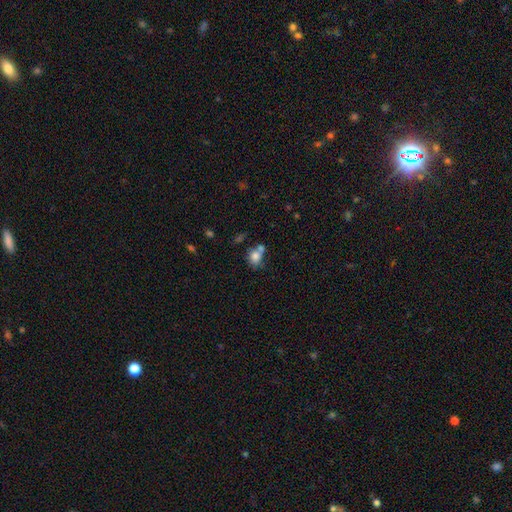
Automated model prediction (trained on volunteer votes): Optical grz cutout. It shows a smooth galaxy with no disk features (79%) that is round (52%). Merging: none (42%).